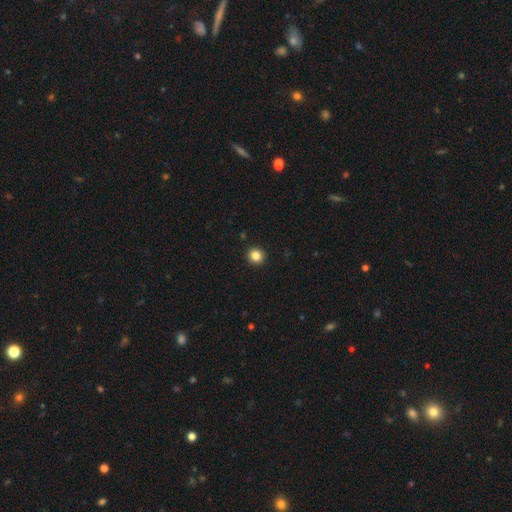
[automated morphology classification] Smooth or featured? Predicted: smooth (p=0.85). How rounded? Predicted: round (p=0.91). Merging? Predicted: none (p=0.93).